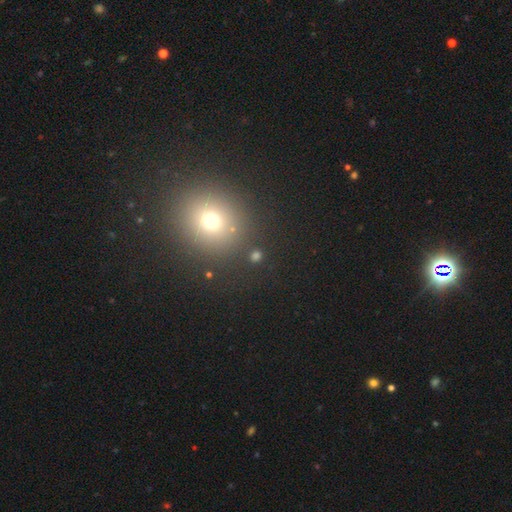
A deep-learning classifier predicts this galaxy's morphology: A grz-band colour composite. It shows a smooth galaxy with no disk features (60%) that is round (85%). Merging: none (83%).